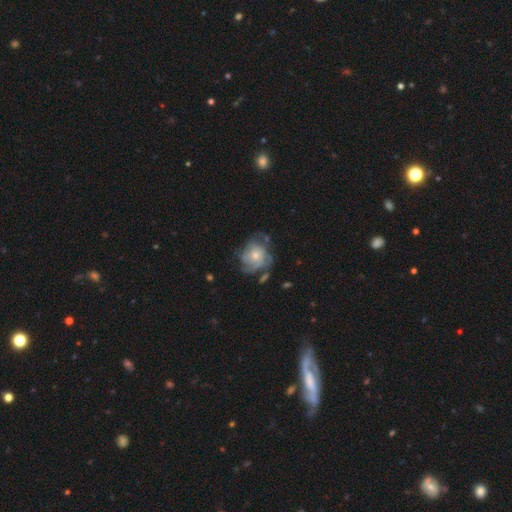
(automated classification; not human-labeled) A featured or disk galaxy (56%) with no bar (86%), spiral arms (54%) and a small central bulge (48%).

Vote fractions:
- Smooth or featured? featured or disk: 56% / smooth: 37% / star or artifact: 8%
- Edge-on disk? no: 97% / yes: 3%
- Bar? no: 86% / weak: 12% / strong: 2%
- Spiral arms? yes: 54% / no: 46%
- Bulge size? small: 48% / moderate: 44% / large: 4% / none: 2% / dominant: 1%
- Merging? none: 45% / minor disturbance: 26% / major disturbance: 23% / merger: 6%